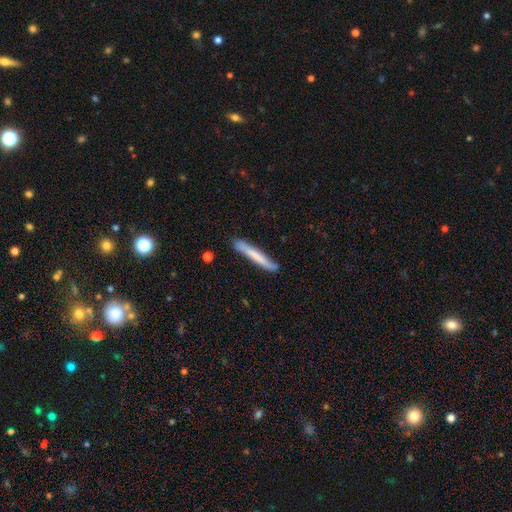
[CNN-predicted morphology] type=smooth (66%); roundness=cigar-shaped (95%); merging=none (81%).